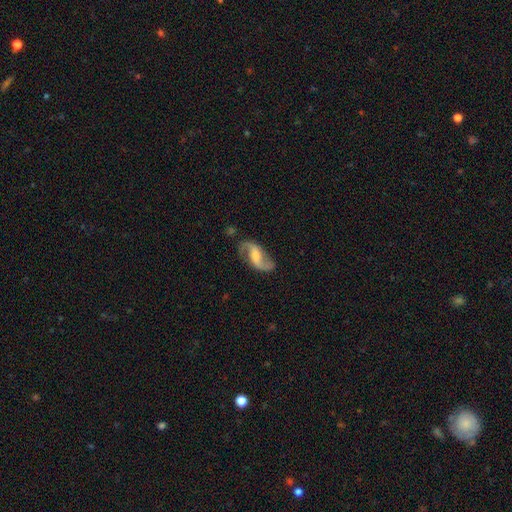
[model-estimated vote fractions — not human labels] Smooth or featured: featured or disk — 88% (smooth — 7%)
Edge-on disk: no — 97% (yes — 3%)
Bar: weak — 48% (no — 27%)
Spiral arms: yes — 97% (no — 3%)
Spiral winding: loose — 63% (medium — 30%)
Spiral arm count: 2 — 94% (1 — 2%)
Bulge size: moderate — 39% (small — 27%)
Merging: none — 79% (minor disturbance — 13%)